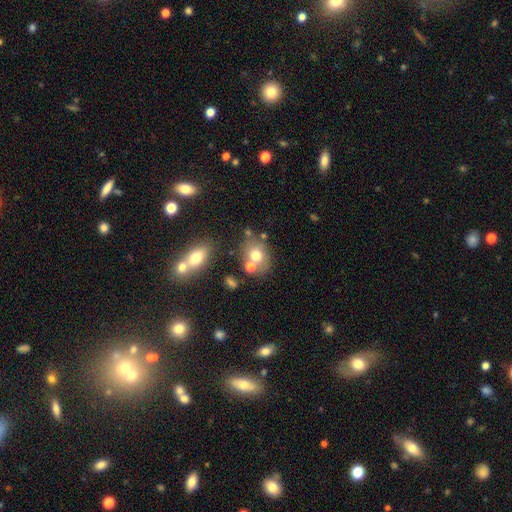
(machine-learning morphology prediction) This appears to be a smooth galaxy with no disk features (68%) that is round (56%). Merging: none (55%).